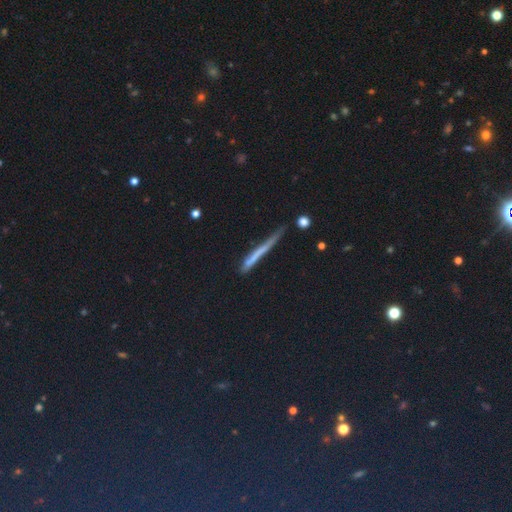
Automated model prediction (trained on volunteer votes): A smooth galaxy with no disk features (50%). Merging: none (64%).